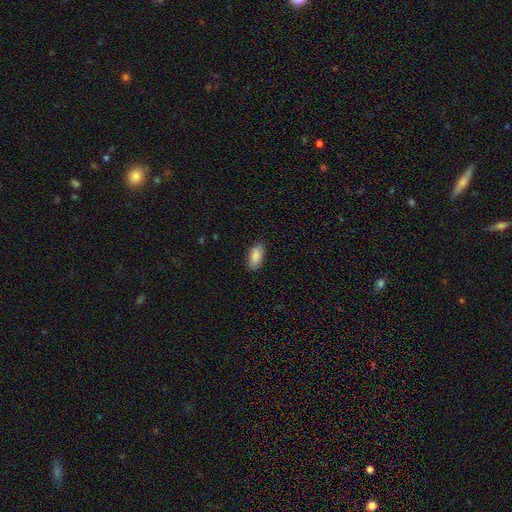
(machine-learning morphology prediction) smooth_or_featured: smooth (p=0.89) [alt: star or artifact p=0.06]
how_rounded: in between (p=0.91) [alt: cigar-shaped p=0.07]
merging: none (p=0.86) [alt: minor disturbance p=0.10]